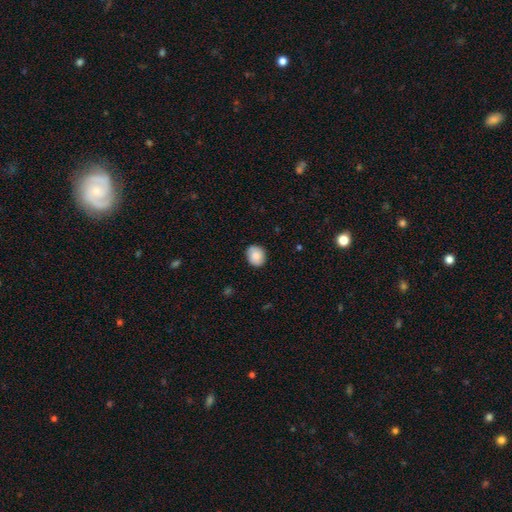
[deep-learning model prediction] Q: Smooth or featured?
A: smooth (85%); runner-up: star or artifact (8%)
Q: How rounded?
A: round (68%); runner-up: in between (31%)
Q: Merging?
A: none (85%); runner-up: minor disturbance (11%)